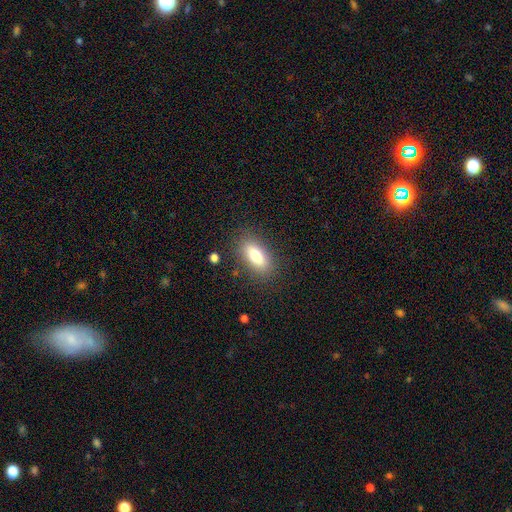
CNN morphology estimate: smooth-or-featured: smooth: 77% | featured or disk: 15% | star or artifact: 8%
  how-rounded: in between: 82% | cigar-shaped: 14% | round: 4%
  merging: none: 84% | minor disturbance: 10% | major disturbance: 4% | merger: 2%